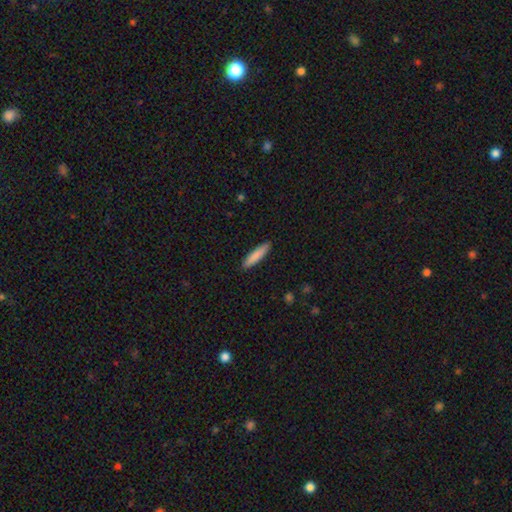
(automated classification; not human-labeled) smooth_or_featured: smooth (p=0.85) [alt: featured or disk p=0.10]
how_rounded: cigar-shaped (p=0.84) [alt: in between p=0.15]
merging: none (p=0.90) [alt: minor disturbance p=0.08]